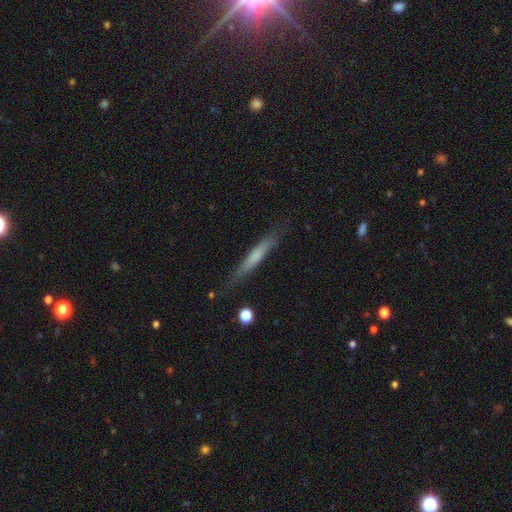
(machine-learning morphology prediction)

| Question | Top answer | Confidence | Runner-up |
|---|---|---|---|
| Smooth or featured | smooth | 58% | featured or disk (35%) |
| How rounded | cigar-shaped | 94% | in between (5%) |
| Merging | none | 80% | minor disturbance (15%) |